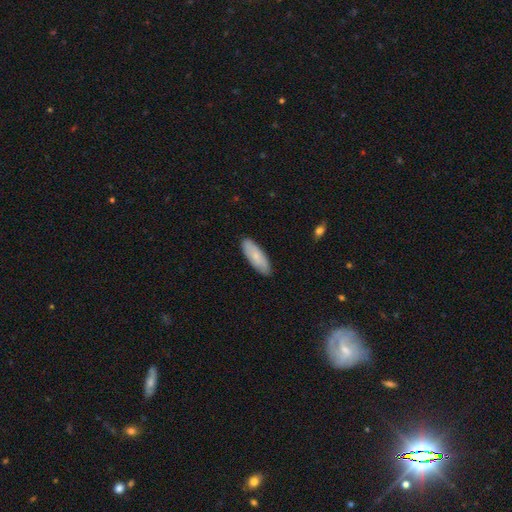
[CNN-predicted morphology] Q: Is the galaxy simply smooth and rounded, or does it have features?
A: smooth — 73%.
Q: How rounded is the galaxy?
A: in between — 66%.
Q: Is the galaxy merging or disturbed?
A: none — 87%.